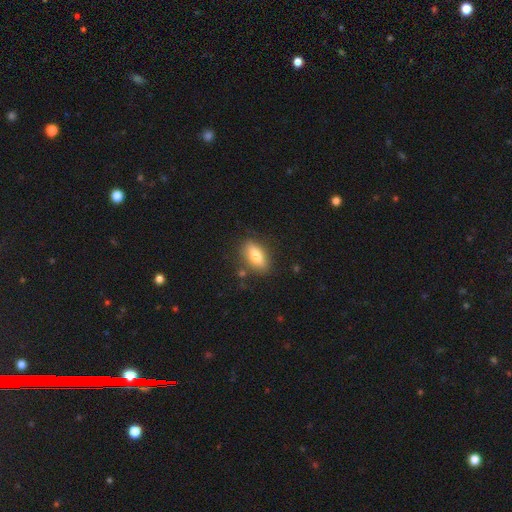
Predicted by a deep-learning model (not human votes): A smooth galaxy with no disk features (69%) that is in between round and cigar-shaped (78%).

Vote fractions:
- Smooth or featured? smooth: 69% / featured or disk: 24% / star or artifact: 7%
- How rounded? in between: 78% / cigar-shaped: 18% / round: 5%
- Merging? none: 82% / minor disturbance: 12% / major disturbance: 3% / merger: 3%